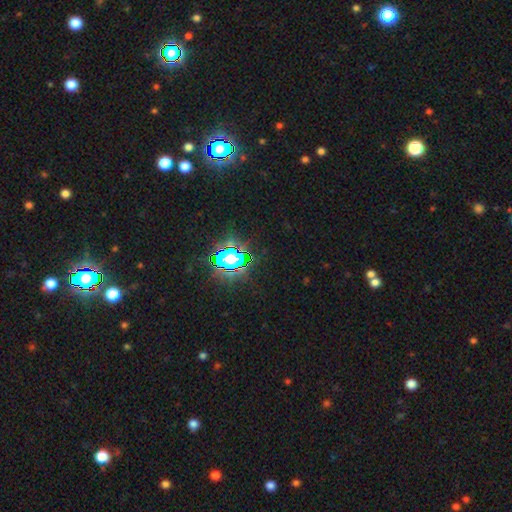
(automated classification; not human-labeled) smooth_or_featured: star or artifact (p=0.80) [alt: smooth p=0.12]